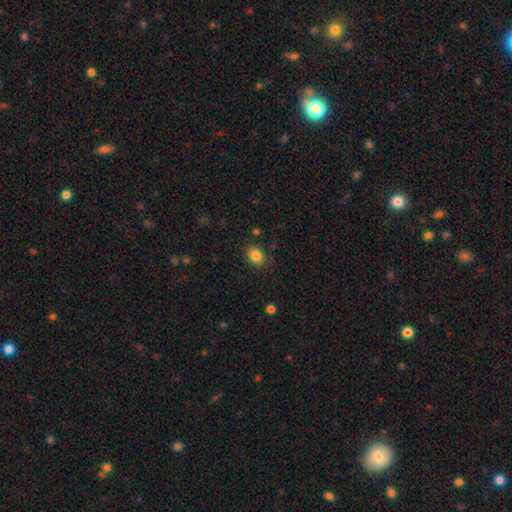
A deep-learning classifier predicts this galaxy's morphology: A smooth galaxy with no disk features (84%) that is in between round and cigar-shaped (57%).

Vote fractions:
- Smooth or featured? smooth: 84% / star or artifact: 10% / featured or disk: 5%
- How rounded? in between: 57% / round: 42% / cigar-shaped: 1%
- Merging? none: 80% / minor disturbance: 14% / major disturbance: 4% / merger: 2%